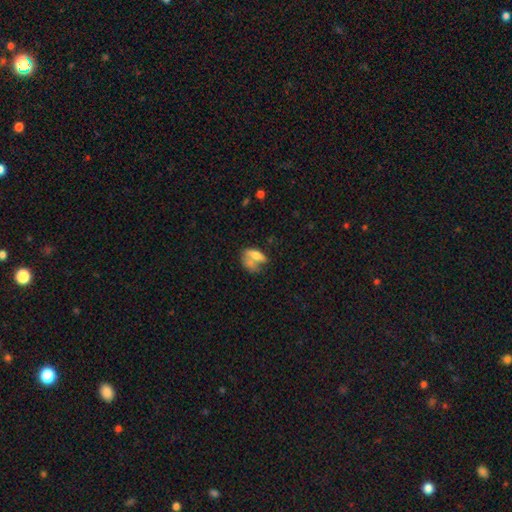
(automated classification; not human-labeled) smooth_or_featured: smooth (p=0.65) [alt: featured or disk p=0.25]
how_rounded: in between (p=0.70) [alt: cigar-shaped p=0.20]
merging: merger (p=0.47) [alt: none p=0.28]